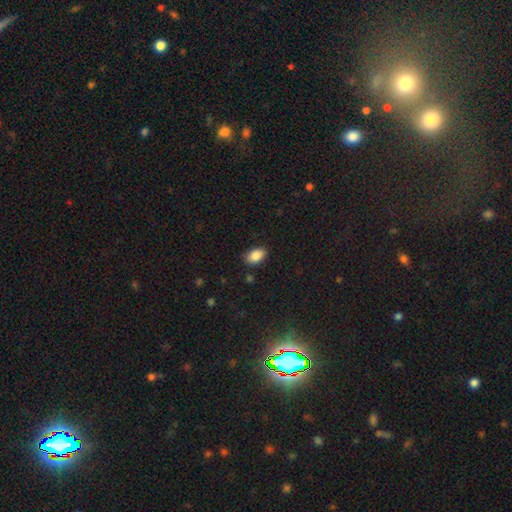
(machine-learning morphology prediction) The model was most divided on "merging": none: 86%, minor disturbance: 11%, major disturbance: 2%, merger: 1%. More confident: how rounded — in between (91%); smooth or featured — smooth (88%).